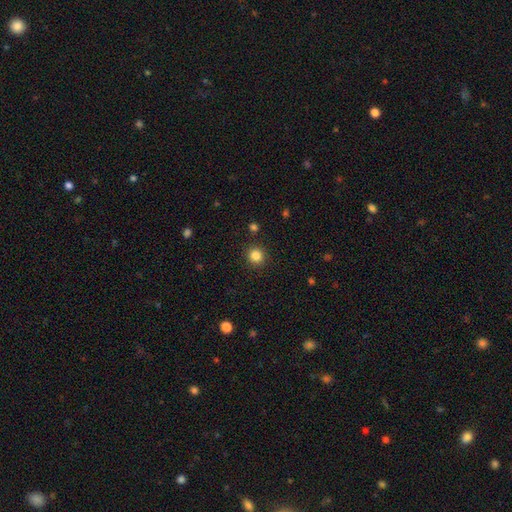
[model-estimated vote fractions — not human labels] This appears to be a smooth galaxy with no disk features (84%) that is round (92%). Merging: none (91%).